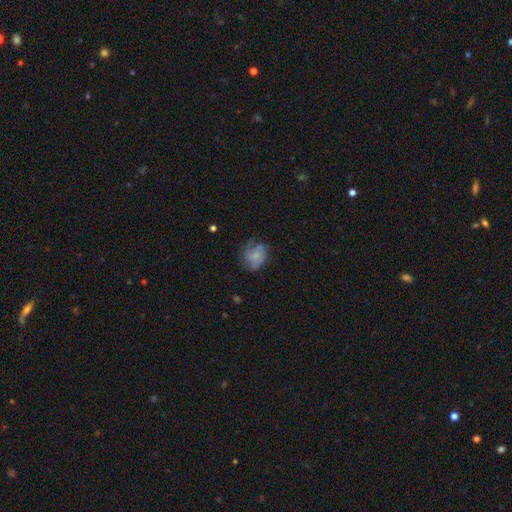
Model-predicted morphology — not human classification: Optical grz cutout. It shows a smooth galaxy with no disk features (48%). Merging: none (54%).